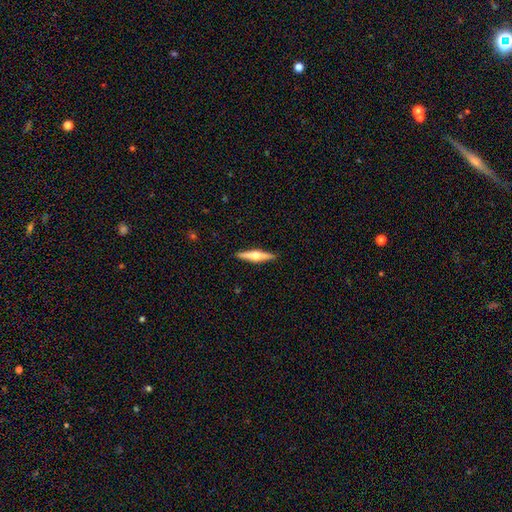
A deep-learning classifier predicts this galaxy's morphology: featured or disk 66%, smooth 29%, star or artifact 5%. Down the decision tree: edge-on disk — yes (97%); edge-on bulge — rounded (94%); merging — none (91%).